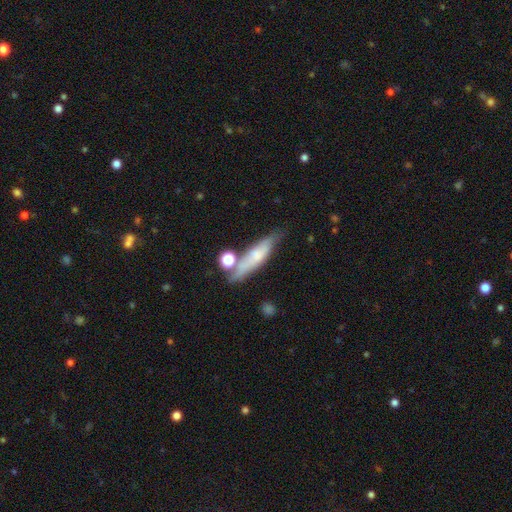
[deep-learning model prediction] Smooth or featured? Predicted: smooth (p=0.49). Merging? Predicted: none (p=0.61).